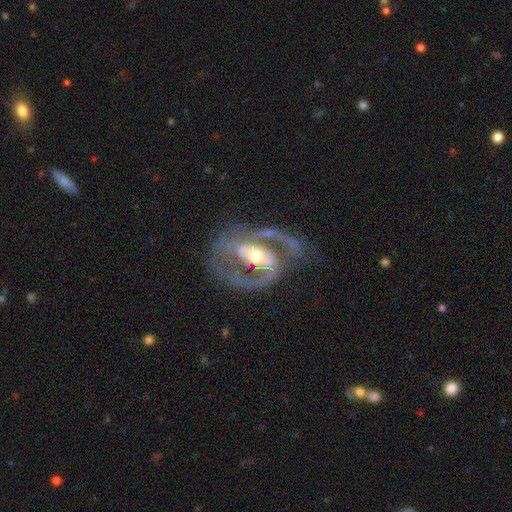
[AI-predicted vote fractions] Morphology: type=featured or disk (90%); edge-on=no (97%); bar=strong (38%); spiral arms=yes (93%); winding=medium (56%); arm count=2 (84%); bulge=moderate (66%); merging=none (62%).